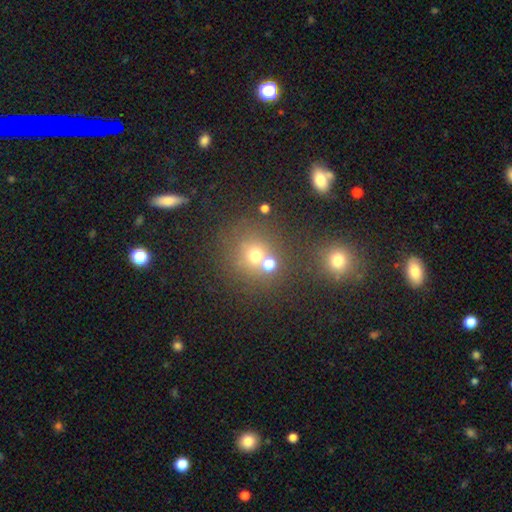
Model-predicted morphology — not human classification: This is likely a smooth galaxy (63%). How rounded: clearly round (86%). Merging: possibly none (59%).